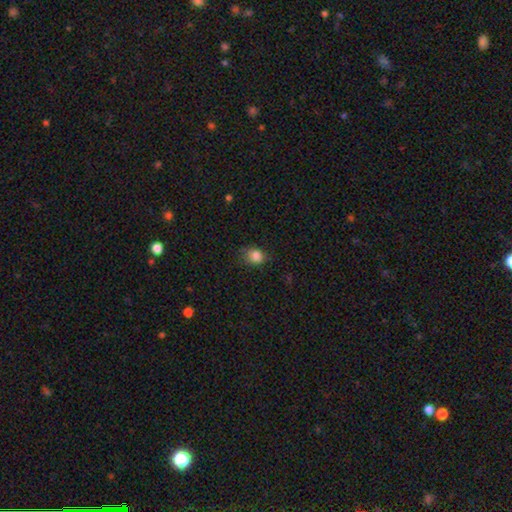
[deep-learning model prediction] Smooth or featured? Predicted: smooth (p=0.84). How rounded? Predicted: round (p=0.62). Merging? Predicted: none (p=0.66).